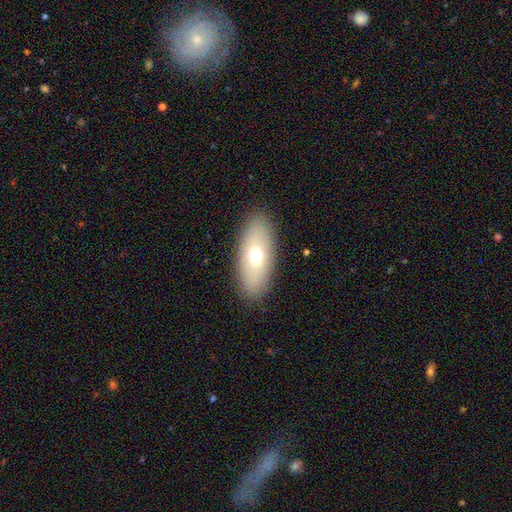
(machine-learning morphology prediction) smooth_or_featured: smooth (p=0.64) [alt: featured or disk p=0.26]
how_rounded: in between (p=0.86) [alt: cigar-shaped p=0.09]
merging: none (p=0.87) [alt: minor disturbance p=0.09]